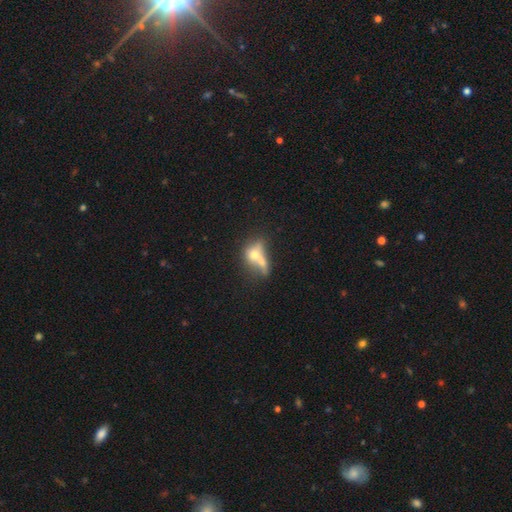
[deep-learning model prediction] smooth_or_featured: smooth (p=0.57) [alt: featured or disk p=0.31]
how_rounded: in between (p=0.55) [alt: round p=0.32]
merging: merger (p=0.55) [alt: none p=0.20]